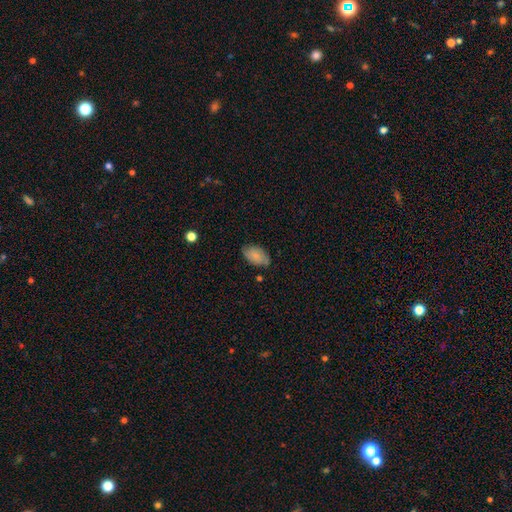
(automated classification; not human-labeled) A smooth galaxy with no disk features (80%) that is in between round and cigar-shaped (93%). Merging: none (73%).